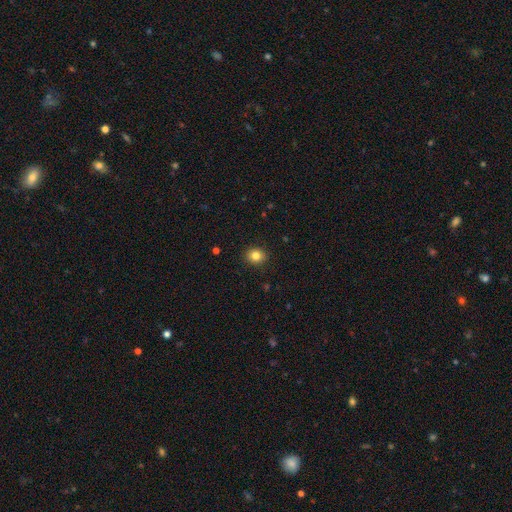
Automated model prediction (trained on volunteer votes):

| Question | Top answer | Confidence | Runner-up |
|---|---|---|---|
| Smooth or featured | smooth | 83% | star or artifact (11%) |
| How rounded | round | 72% | in between (27%) |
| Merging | none | 91% | minor disturbance (6%) |